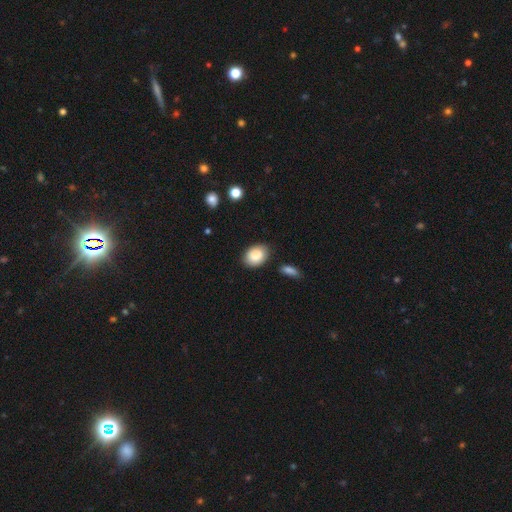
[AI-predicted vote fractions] This is clearly a smooth galaxy (86%). How rounded: likely in between (73%). Merging: clearly none (84%).